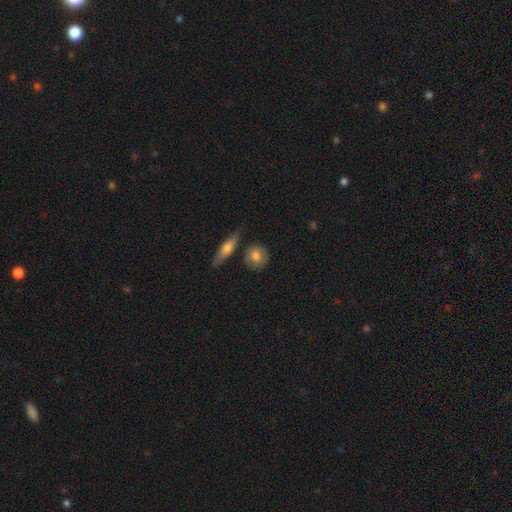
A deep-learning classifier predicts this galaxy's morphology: Q: Smooth or featured?
A: smooth (79%); runner-up: featured or disk (15%)
Q: How rounded?
A: round (77%); runner-up: in between (18%)
Q: Merging?
A: none (75%); runner-up: minor disturbance (14%)